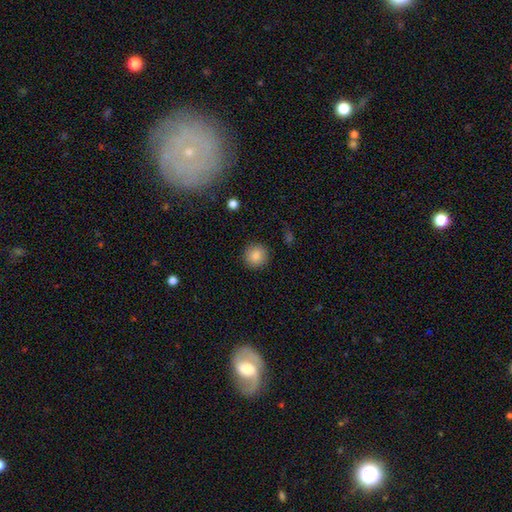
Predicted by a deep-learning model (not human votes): Smooth or featured? Predicted: smooth (p=0.87). How rounded? Predicted: round (p=0.93). Merging? Predicted: none (p=0.90).